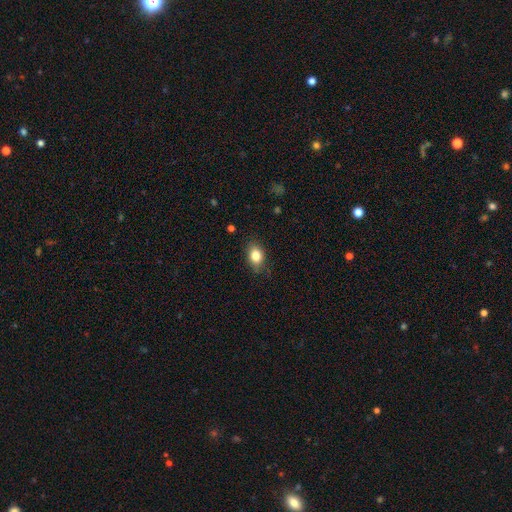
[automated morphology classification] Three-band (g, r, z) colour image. It shows a smooth galaxy with no disk features (84%) that is in between round and cigar-shaped (77%). Merging: none (82%).